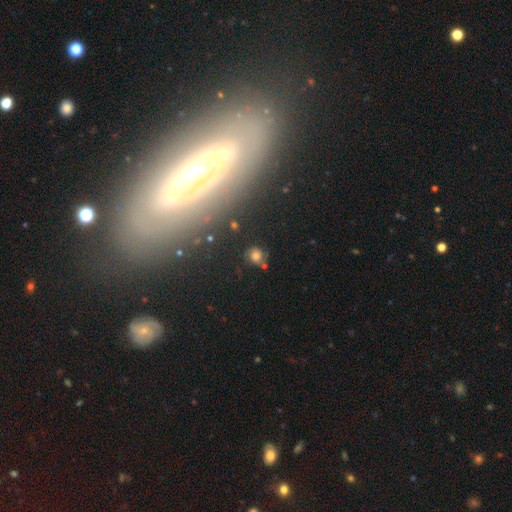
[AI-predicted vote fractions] Overall: smooth (66%). How rounded: round (83%). Merging: none (67%).